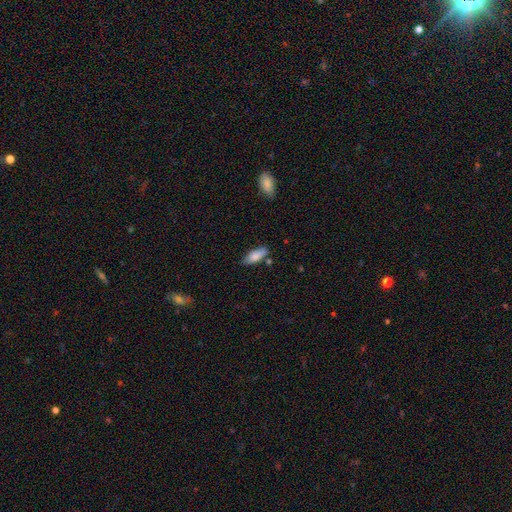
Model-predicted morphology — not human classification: Q: Smooth or featured?
A: smooth (82%); runner-up: featured or disk (11%)
Q: How rounded?
A: in between (70%); runner-up: cigar-shaped (28%)
Q: Merging?
A: none (70%); runner-up: minor disturbance (20%)